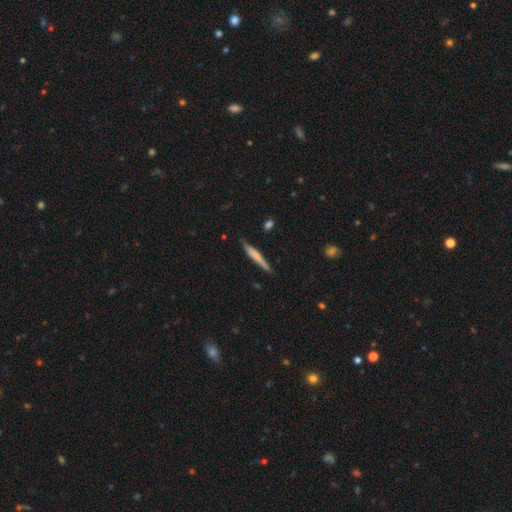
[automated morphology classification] The model was most divided on "smooth or featured": smooth: 64%, featured or disk: 31%, star or artifact: 6%. More confident: how rounded — cigar-shaped (94%); merging — none (78%).